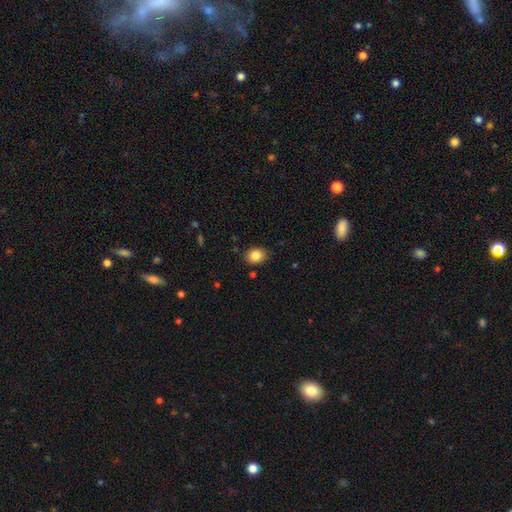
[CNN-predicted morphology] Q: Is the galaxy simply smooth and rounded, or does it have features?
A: smooth — 84%.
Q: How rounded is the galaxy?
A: round — 52%.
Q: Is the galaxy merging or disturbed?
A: none — 86%.